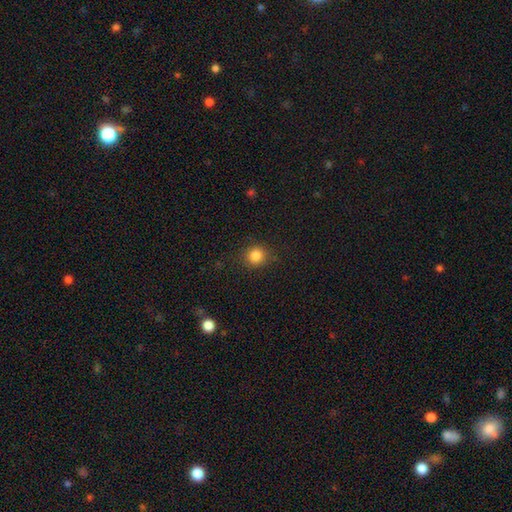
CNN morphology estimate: smooth_or_featured: smooth (p=0.85) [alt: star or artifact p=0.11]
how_rounded: round (p=0.89) [alt: in between p=0.10]
merging: none (p=0.86) [alt: minor disturbance p=0.09]